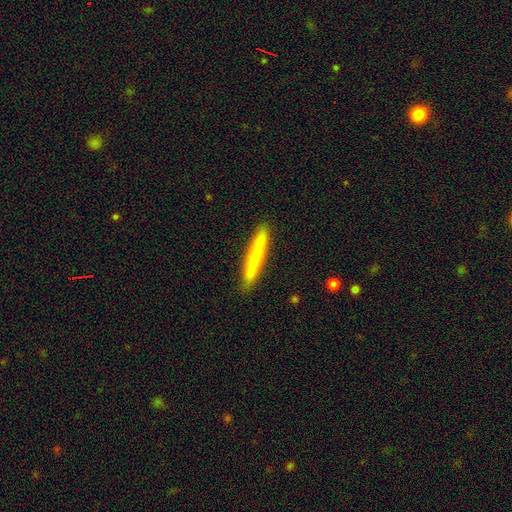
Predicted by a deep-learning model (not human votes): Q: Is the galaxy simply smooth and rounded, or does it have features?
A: smooth — 72%.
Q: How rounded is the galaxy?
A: cigar-shaped — 96%.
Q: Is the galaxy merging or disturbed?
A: none — 90%.